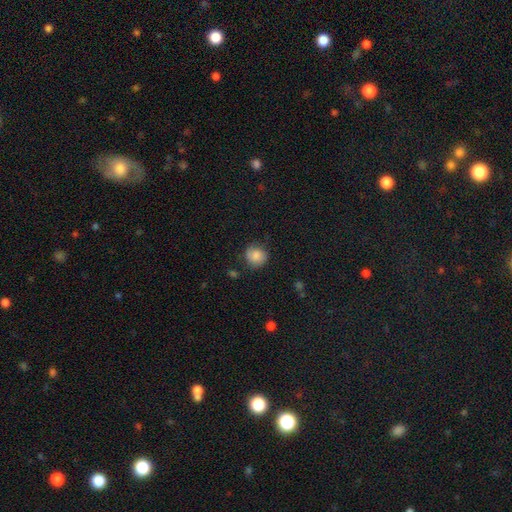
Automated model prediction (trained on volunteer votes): Smooth or featured: smooth — 79% (featured or disk — 12%)
How rounded: round — 85% (in between — 14%)
Merging: none — 74% (minor disturbance — 19%)